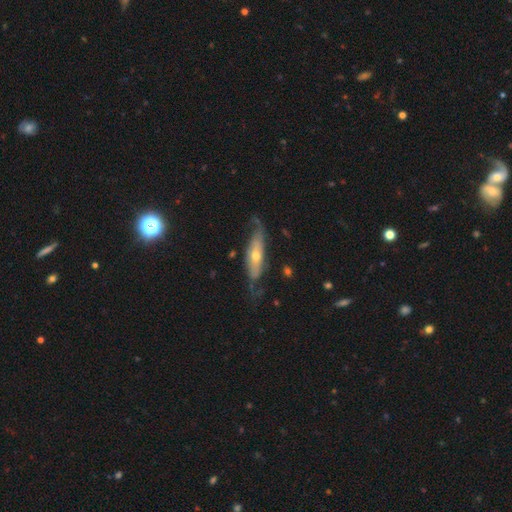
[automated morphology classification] featured or disk 64%, smooth 29%, star or artifact 6%. Down the decision tree: edge-on disk — no (60%); merging — none (58%).